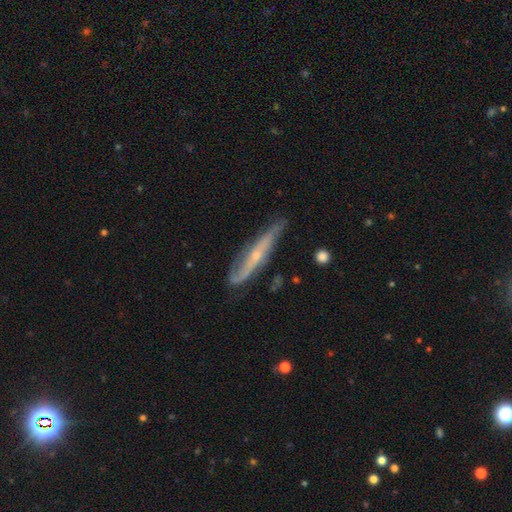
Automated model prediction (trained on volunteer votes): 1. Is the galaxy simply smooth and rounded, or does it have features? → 76% featured or disk, 18% smooth, 6% star or artifact.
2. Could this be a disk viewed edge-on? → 57% yes, 43% no.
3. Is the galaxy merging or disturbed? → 65% none, 26% minor disturbance, 7% major disturbance, 2% merger.